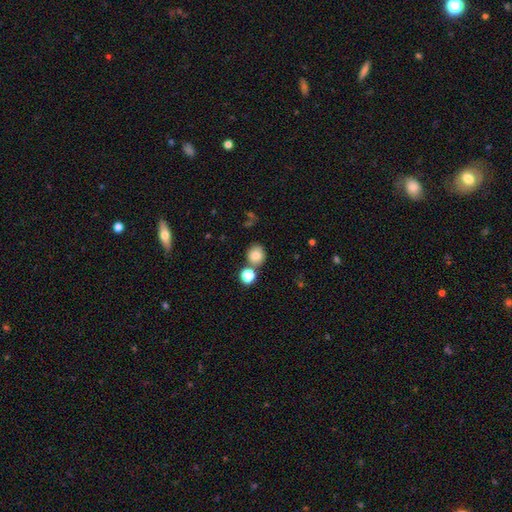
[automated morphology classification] This is clearly a smooth galaxy (81%). How rounded: likely round (79%). Merging: likely none (67%).